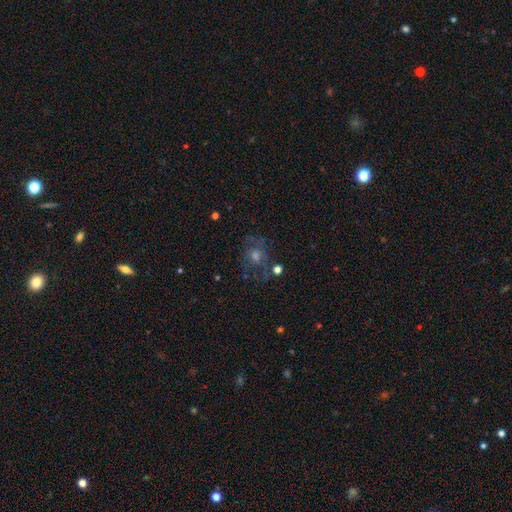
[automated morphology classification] Smooth or featured? featured or disk (51%)
Edge-on disk? no (96%)
Merging? none (65%)